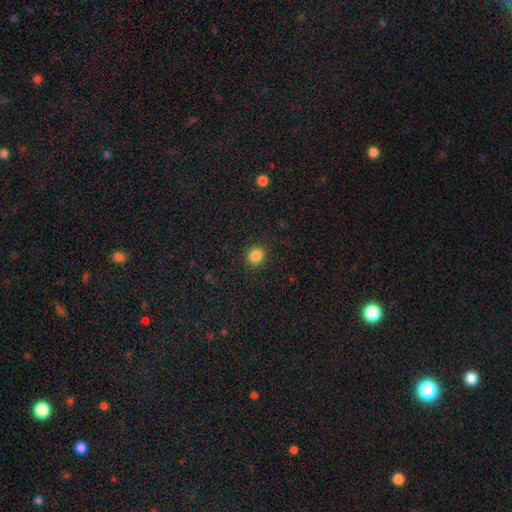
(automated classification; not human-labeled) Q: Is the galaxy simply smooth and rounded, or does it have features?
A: smooth — 85%.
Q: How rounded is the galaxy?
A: round — 85%.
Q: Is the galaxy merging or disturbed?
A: none — 90%.